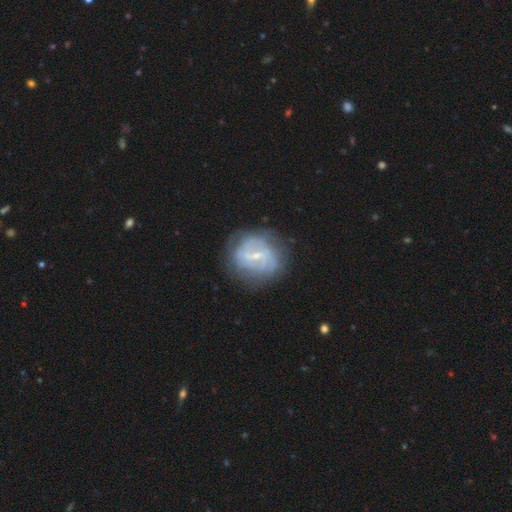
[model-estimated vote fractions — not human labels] Q: Smooth or featured?
A: featured or disk (74%); runner-up: smooth (18%)
Q: Edge-on disk?
A: no (97%); runner-up: yes (3%)
Q: Bar?
A: weak (54%); runner-up: strong (27%)
Q: Spiral arms?
A: yes (79%); runner-up: no (21%)
Q: Spiral winding?
A: tight (46%); runner-up: medium (36%)
Q: Spiral arm count?
A: can't tell (42%); runner-up: 2 (36%)
Q: Bulge size?
A: small (70%); runner-up: moderate (21%)
Q: Merging?
A: none (71%); runner-up: minor disturbance (18%)